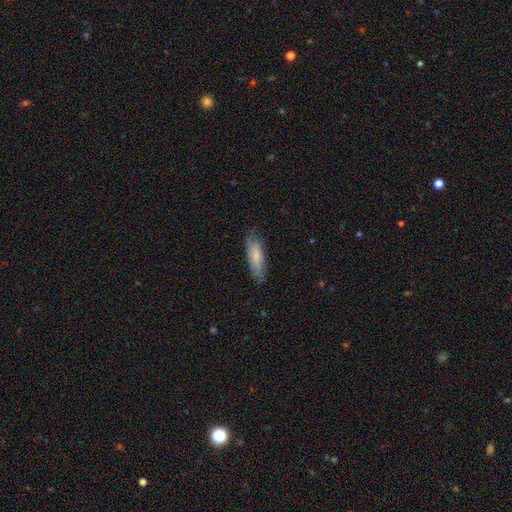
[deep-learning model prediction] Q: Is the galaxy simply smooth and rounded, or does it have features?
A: smooth — 69%.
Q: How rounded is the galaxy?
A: cigar-shaped — 52%.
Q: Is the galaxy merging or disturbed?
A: none — 76%.